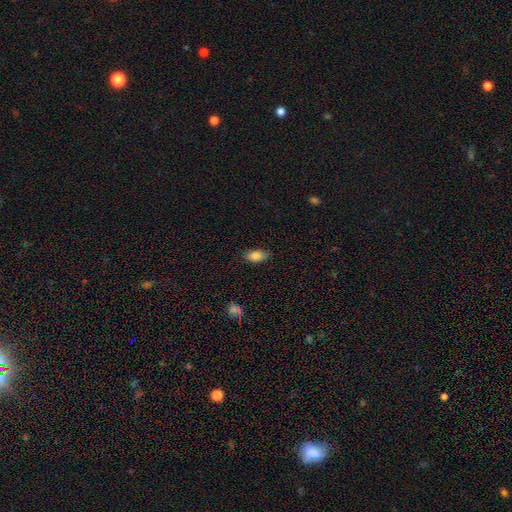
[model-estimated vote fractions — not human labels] A smooth galaxy with no disk features (82%) that is in between round and cigar-shaped (90%).

Vote fractions:
- Smooth or featured? smooth: 82% / featured or disk: 10% / star or artifact: 8%
- How rounded? in between: 90% / cigar-shaped: 6% / round: 4%
- Merging? none: 86% / minor disturbance: 11% / major disturbance: 2% / merger: 1%